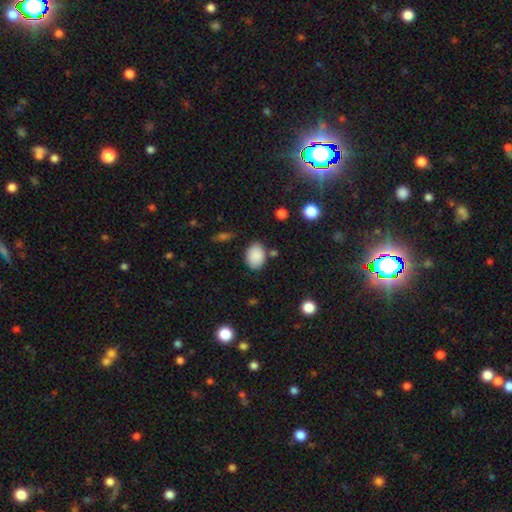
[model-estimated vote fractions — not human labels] Smooth or featured? Predicted: smooth (p=0.88). How rounded? Predicted: in between (p=0.69). Merging? Predicted: none (p=0.77).